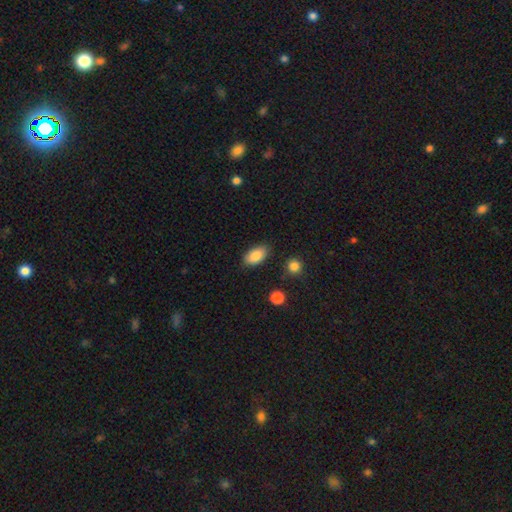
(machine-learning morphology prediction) The model was most divided on "merging": none: 84%, minor disturbance: 11%, major disturbance: 3%, merger: 2%. More confident: how rounded — in between (92%); smooth or featured — smooth (87%).